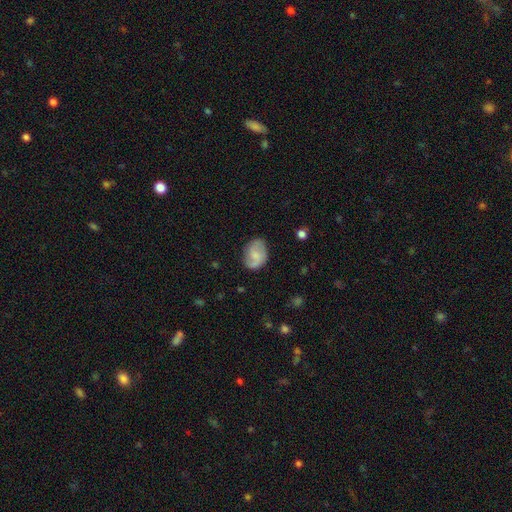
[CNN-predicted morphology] This is possibly a featured or disk galaxy (48%). Merging: likely none (70%).